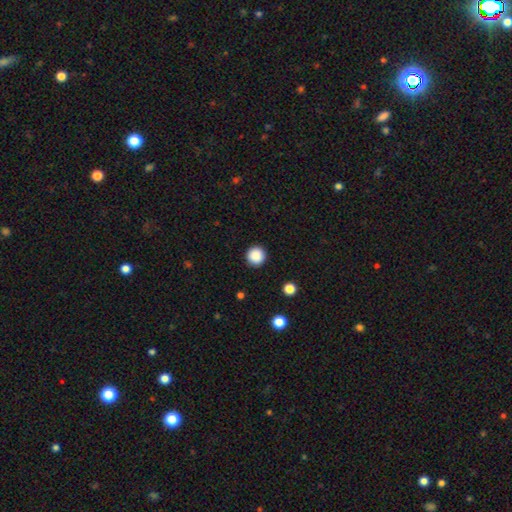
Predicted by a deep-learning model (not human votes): Smooth or featured?
  - smooth: 88% *
  - star or artifact: 9%
  - featured or disk: 2%
How rounded?
  - round: 95% *
  - in between: 4%
  - cigar-shaped: 1%
Merging?
  - none: 92% *
  - minor disturbance: 5%
  - major disturbance: 2%
  - merger: 1%